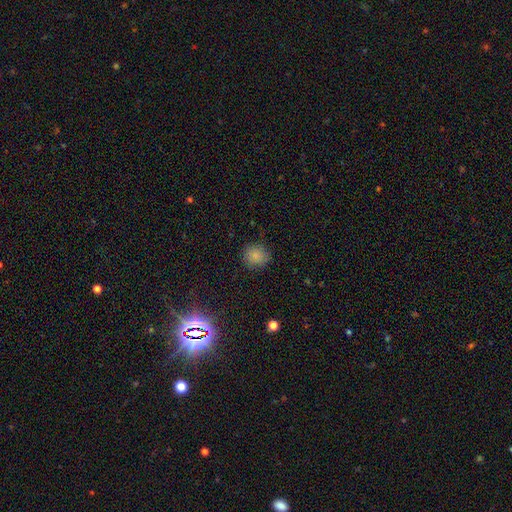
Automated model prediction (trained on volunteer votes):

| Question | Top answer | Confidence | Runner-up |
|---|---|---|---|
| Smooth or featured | smooth | 83% | star or artifact (11%) |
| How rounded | round | 86% | in between (13%) |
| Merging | none | 85% | minor disturbance (11%) |